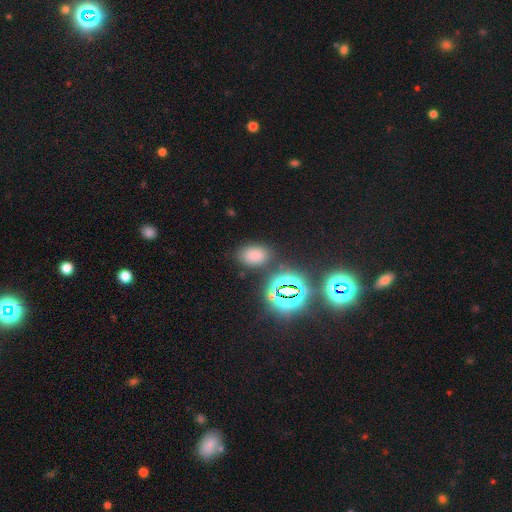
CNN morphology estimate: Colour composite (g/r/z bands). It shows a smooth galaxy with no disk features (68%) that is in between round and cigar-shaped (83%). Merging: none (78%).